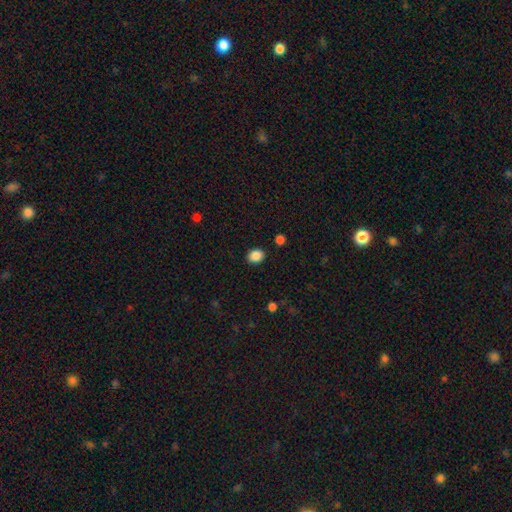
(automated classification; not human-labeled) smooth 88%, star or artifact 9%, featured or disk 3%. Down the decision tree: how rounded — in between (51%); merging — none (88%).